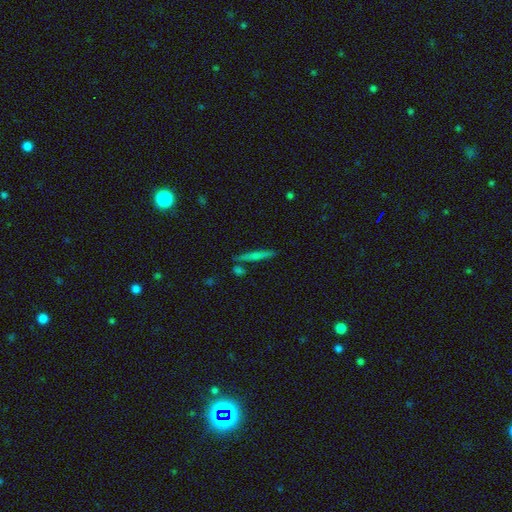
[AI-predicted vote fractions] Overall: smooth (55%; featured or disk 37%). How rounded: cigar-shaped (93%). Merging: none (81%).